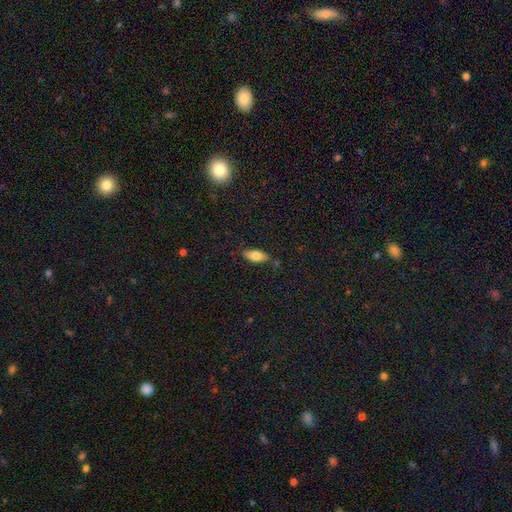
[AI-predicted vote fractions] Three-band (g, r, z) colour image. It shows a smooth galaxy with no disk features (73%) that is in between round and cigar-shaped (81%). Merging: none (81%).